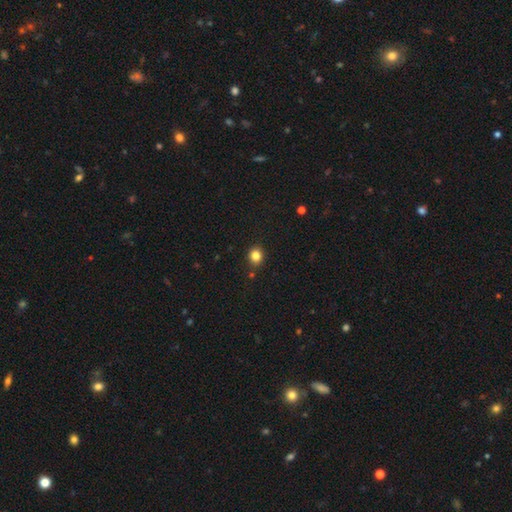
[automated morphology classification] Smooth or featured? Predicted: smooth (p=0.83). How rounded? Predicted: round (p=0.75). Merging? Predicted: none (p=0.87).